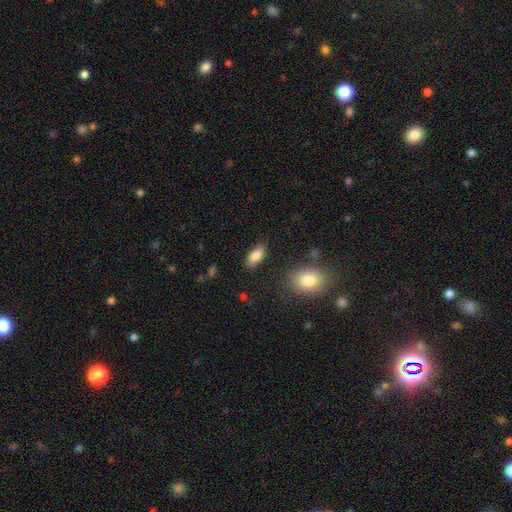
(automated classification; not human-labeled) Smooth or featured? smooth (84%)
How rounded? in between (87%)
Merging? none (85%)